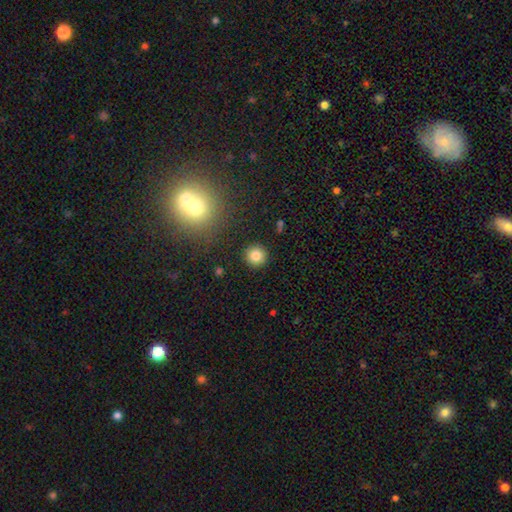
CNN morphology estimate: smooth_or_featured: smooth (p=0.82) [alt: star or artifact p=0.11]
how_rounded: round (p=0.95) [alt: in between p=0.04]
merging: none (p=0.92) [alt: minor disturbance p=0.05]